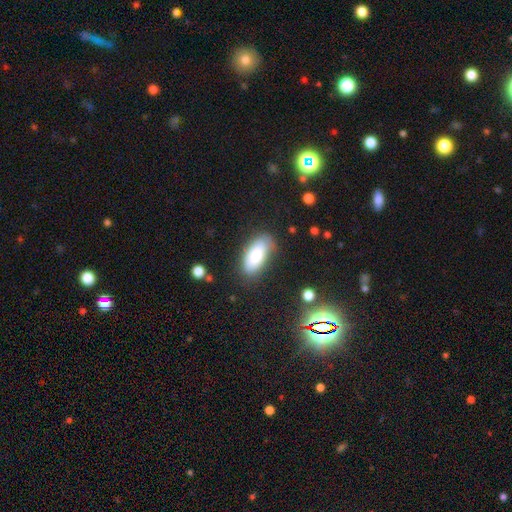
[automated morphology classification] A smooth galaxy with no disk features (81%) that is in between round and cigar-shaped (89%). Merging: none (79%).